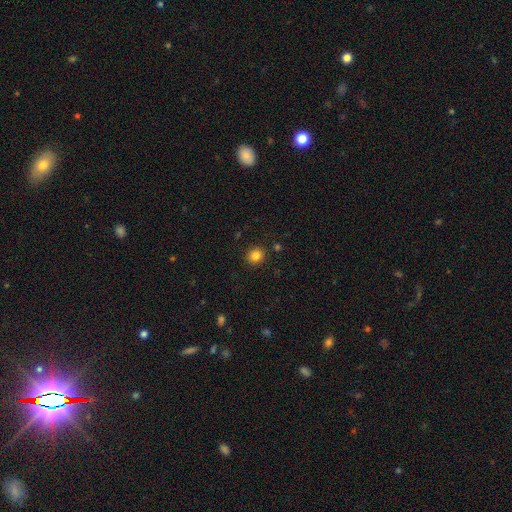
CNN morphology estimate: The model was most divided on "how rounded": round: 83%, in between: 16%, cigar-shaped: 1%. More confident: merging — none (90%); smooth or featured — smooth (83%).